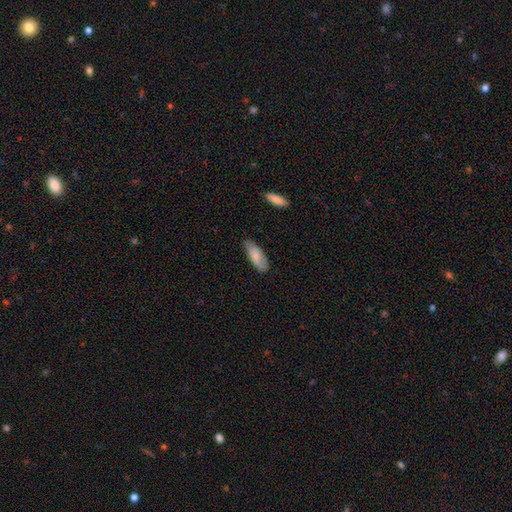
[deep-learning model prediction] Smooth or featured? smooth (78%)
How rounded? in between (77%)
Merging? none (72%)